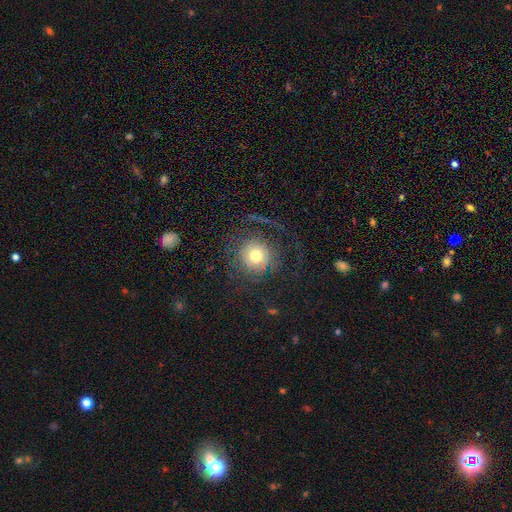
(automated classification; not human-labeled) smooth 52%, featured or disk 34%, star or artifact 14%. Down the decision tree: how rounded — round (93%); merging — none (68%).